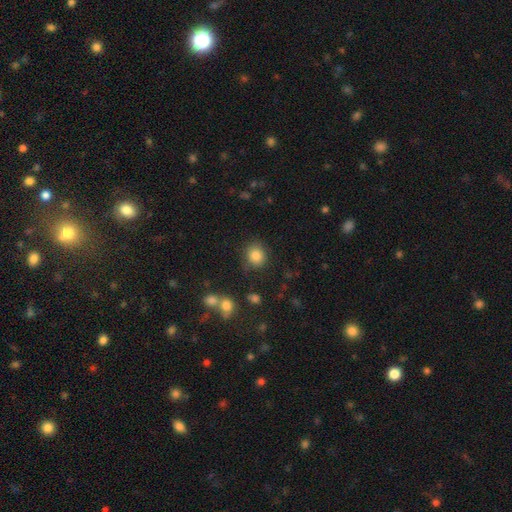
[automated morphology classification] Smooth or featured? smooth (85%)
How rounded? round (80%)
Merging? none (82%)